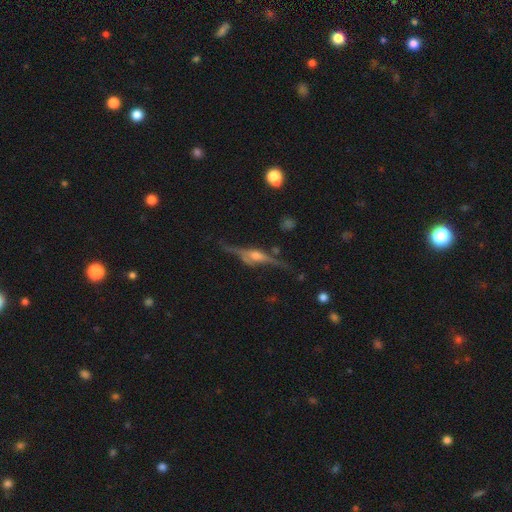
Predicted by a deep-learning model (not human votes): featured or disk 83%, smooth 9%, star or artifact 7%. Down the decision tree: edge-on disk — yes (95%); edge-on bulge — rounded (84%); merging — none (77%).